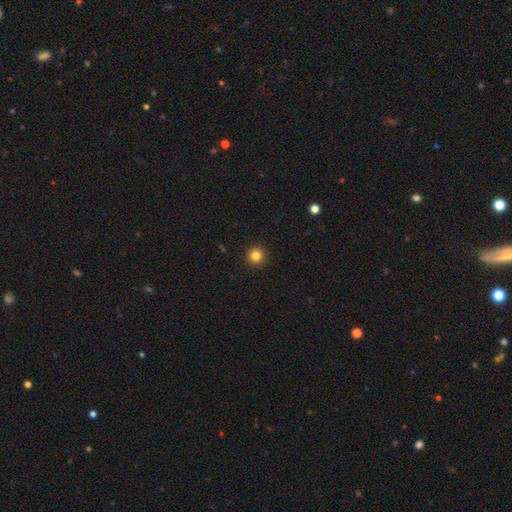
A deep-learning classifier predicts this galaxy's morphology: Smooth or featured? Predicted: smooth (p=0.84). How rounded? Predicted: round (p=0.96). Merging? Predicted: none (p=0.93).